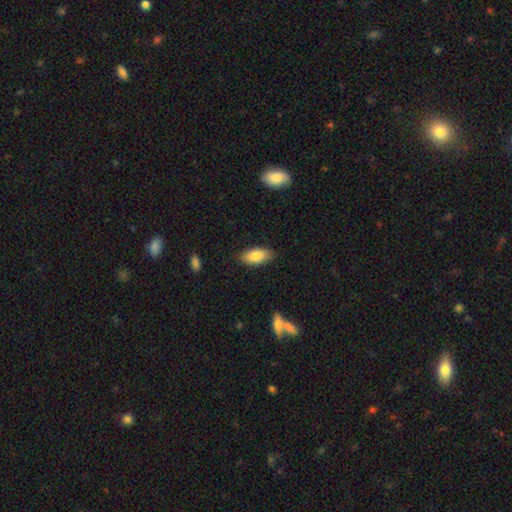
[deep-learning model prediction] smooth_or_featured: smooth (p=0.84) [alt: featured or disk p=0.09]
how_rounded: in between (p=0.89) [alt: cigar-shaped p=0.09]
merging: none (p=0.84) [alt: minor disturbance p=0.12]